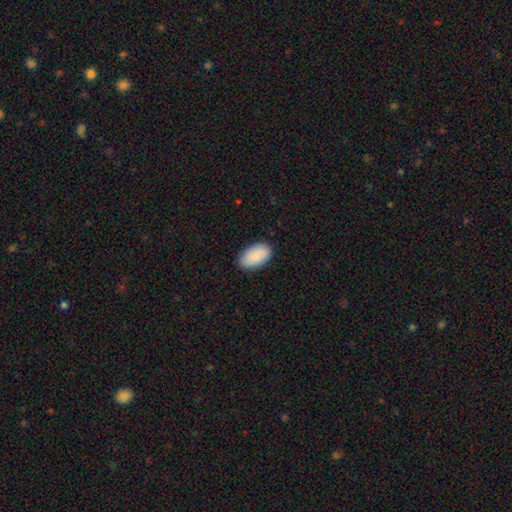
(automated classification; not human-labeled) Smooth or featured? Predicted: smooth (p=0.90). How rounded? Predicted: in between (p=0.96). Merging? Predicted: none (p=0.87).